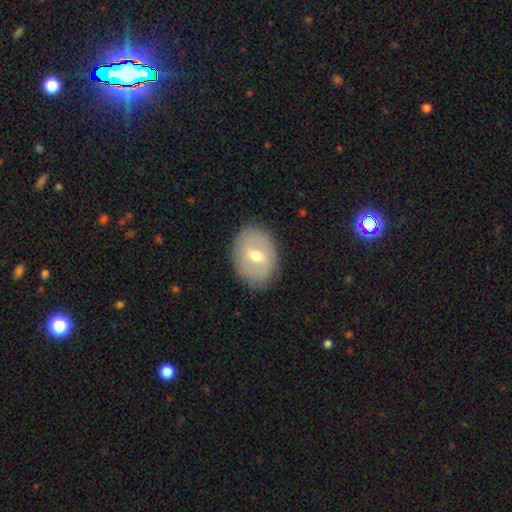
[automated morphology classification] This appears to be a smooth galaxy with no disk features (52%) that is in between round and cigar-shaped (65%). Merging: none (85%).